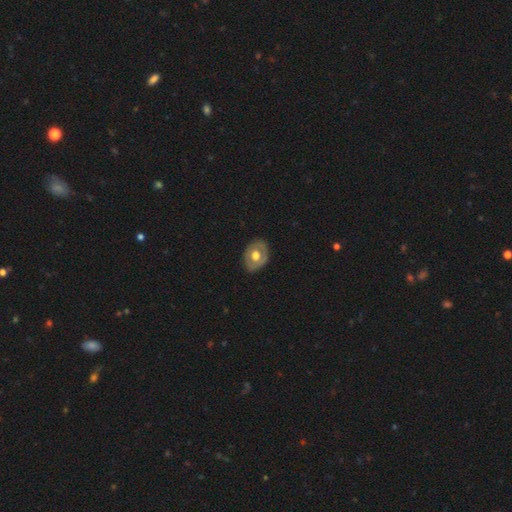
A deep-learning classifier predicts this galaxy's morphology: smooth-or-featured: featured or disk: 48% | smooth: 46% | star or artifact: 6%
  merging: none: 80% | minor disturbance: 15% | major disturbance: 4% | merger: 1%